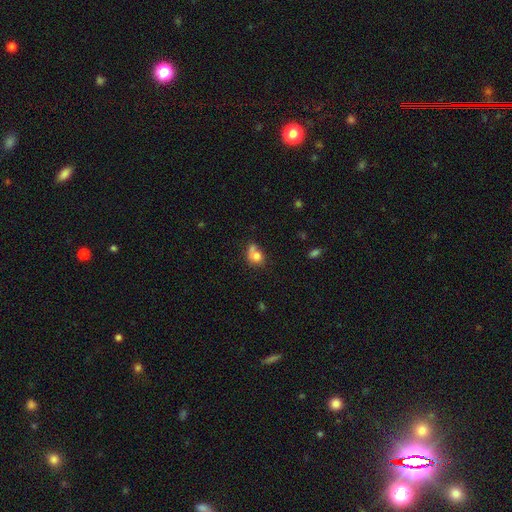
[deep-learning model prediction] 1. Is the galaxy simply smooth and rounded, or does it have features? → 76% smooth, 14% featured or disk, 10% star or artifact.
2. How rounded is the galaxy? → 58% round, 40% in between, 1% cigar-shaped.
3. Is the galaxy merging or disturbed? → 41% merger, 33% none, 16% minor disturbance, 10% major disturbance.